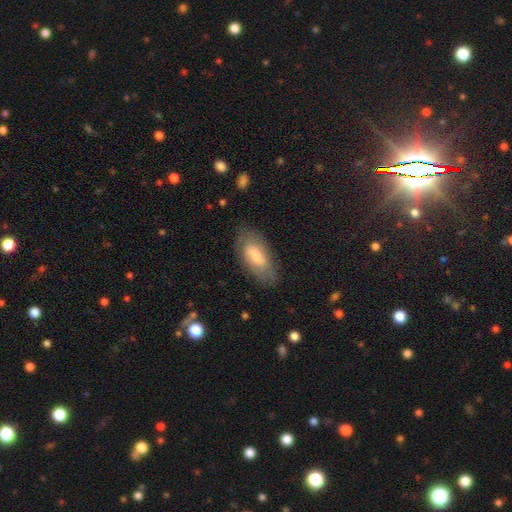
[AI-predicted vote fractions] Morphology: type=smooth (64%); roundness=in between (88%); merging=none (69%).